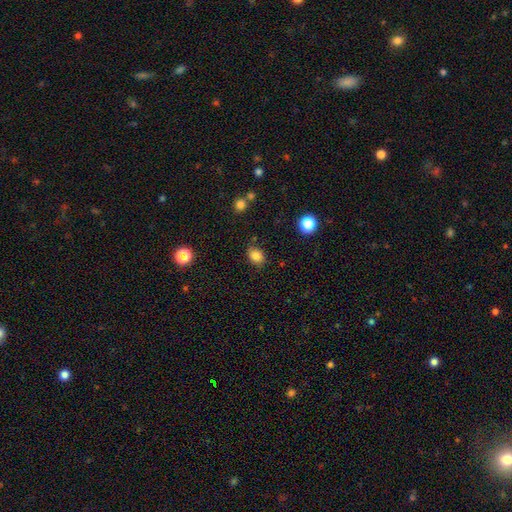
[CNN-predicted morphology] Overall: smooth (84%). How rounded: in between (61%; round 37%). Merging: none (79%).